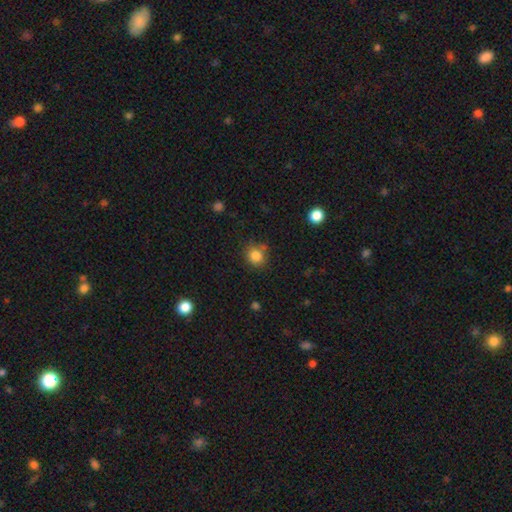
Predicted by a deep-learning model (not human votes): Smooth or featured? smooth (83%)
How rounded? round (82%)
Merging? none (74%)